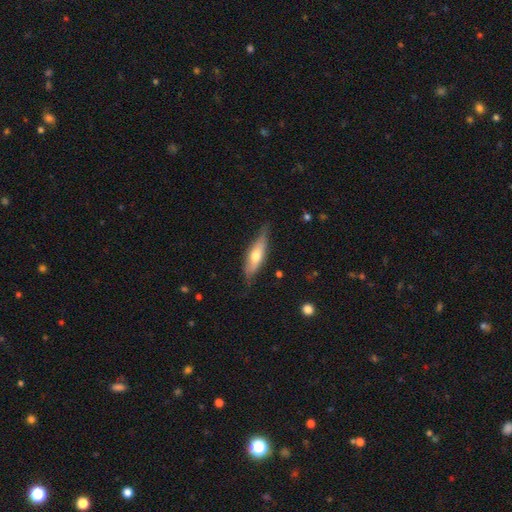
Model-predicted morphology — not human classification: The model was most divided on "smooth or featured": smooth: 50%, featured or disk: 44%, star or artifact: 6%. More confident: merging — none (72%); how rounded — cigar-shaped (57%).